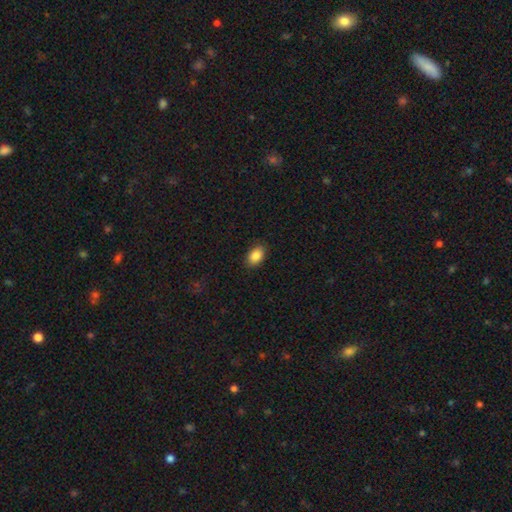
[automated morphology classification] Overall: smooth (87%). How rounded: in between (88%). Merging: none (88%).